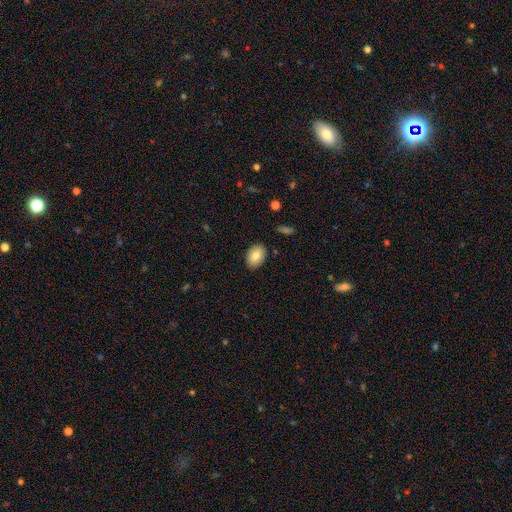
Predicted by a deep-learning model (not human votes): smooth-or-featured: smooth: 80% | featured or disk: 13% | star or artifact: 7%
  how-rounded: in between: 83% | round: 16% | cigar-shaped: 1%
  merging: none: 88% | minor disturbance: 9% | major disturbance: 2% | merger: 1%